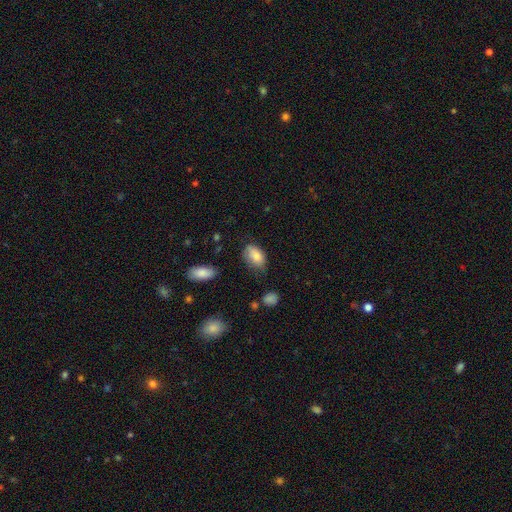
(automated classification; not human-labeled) Smooth or featured? Predicted: smooth (p=0.83). How rounded? Predicted: in between (p=0.92). Merging? Predicted: none (p=0.54).